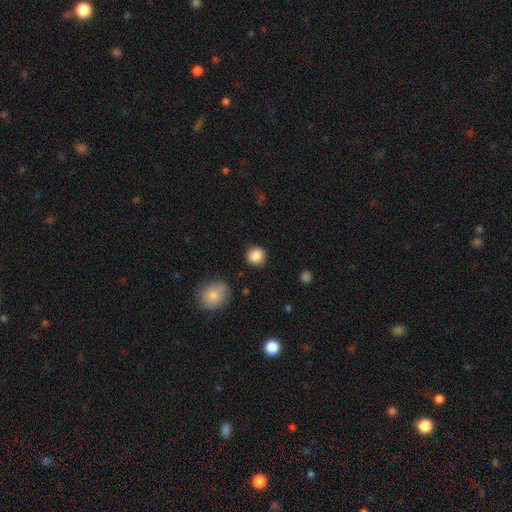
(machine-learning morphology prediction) smooth_or_featured: smooth (p=0.87) [alt: star or artifact p=0.09]
how_rounded: round (p=0.89) [alt: in between p=0.10]
merging: none (p=0.86) [alt: minor disturbance p=0.09]